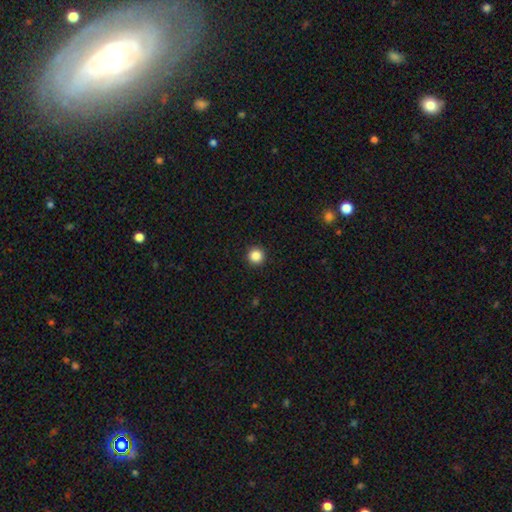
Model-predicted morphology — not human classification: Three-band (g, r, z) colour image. It shows a smooth galaxy with no disk features (87%) that is round (96%). Merging: none (93%).